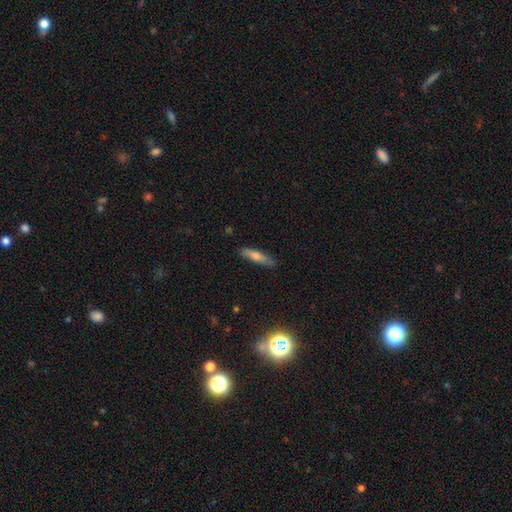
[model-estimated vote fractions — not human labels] The model was most divided on "smooth or featured": smooth: 63%, featured or disk: 29%, star or artifact: 8%. More confident: merging — none (86%); how rounded — cigar-shaped (79%).